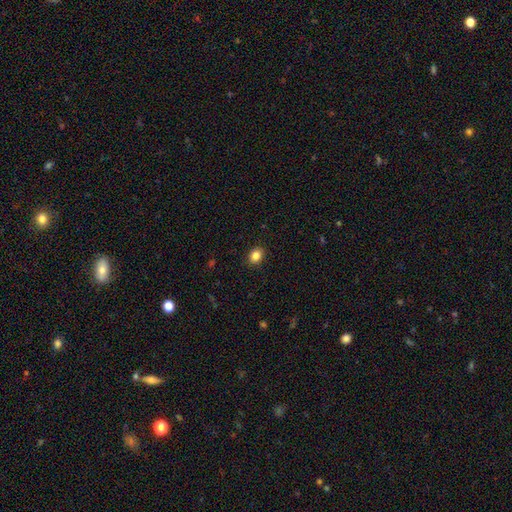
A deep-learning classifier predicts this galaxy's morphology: smooth_or_featured: smooth (p=0.85) [alt: star or artifact p=0.10]
how_rounded: in between (p=0.55) [alt: round p=0.44]
merging: none (p=0.89) [alt: minor disturbance p=0.08]